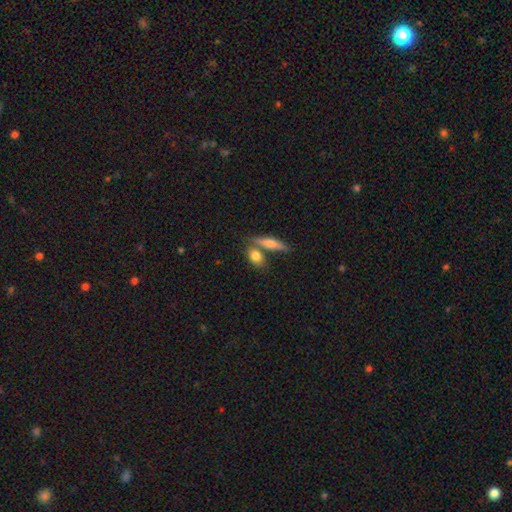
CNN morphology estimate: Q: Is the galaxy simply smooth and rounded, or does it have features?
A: smooth — 77%.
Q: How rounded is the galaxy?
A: in between — 64%.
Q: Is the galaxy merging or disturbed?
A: none — 53%.